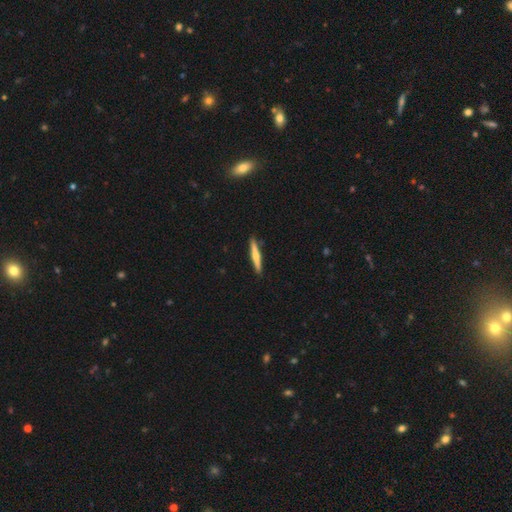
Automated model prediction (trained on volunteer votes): This is possibly a featured or disk galaxy (47%, tied with smooth). Merging: clearly none (90%).